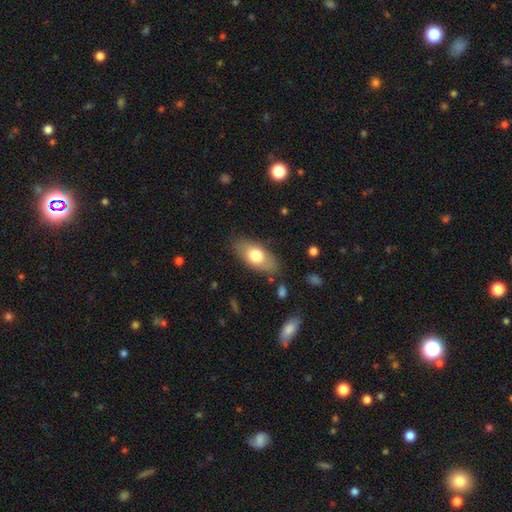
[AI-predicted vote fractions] A smooth galaxy with no disk features (69%) that is in between round and cigar-shaped (88%). Merging: none (79%).